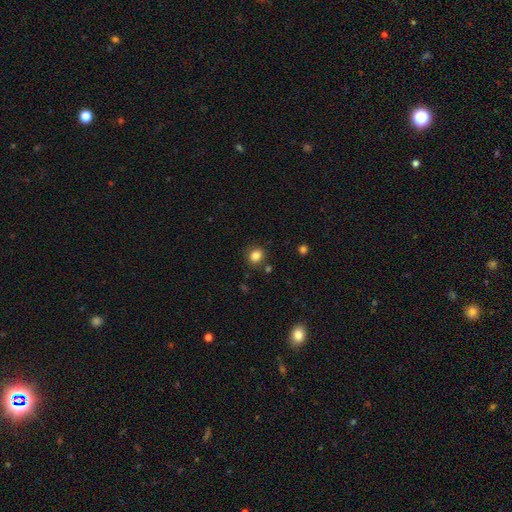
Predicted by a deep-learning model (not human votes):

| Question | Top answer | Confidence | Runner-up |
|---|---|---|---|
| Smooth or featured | smooth | 84% | star or artifact (11%) |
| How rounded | round | 75% | in between (24%) |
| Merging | none | 84% | minor disturbance (10%) |